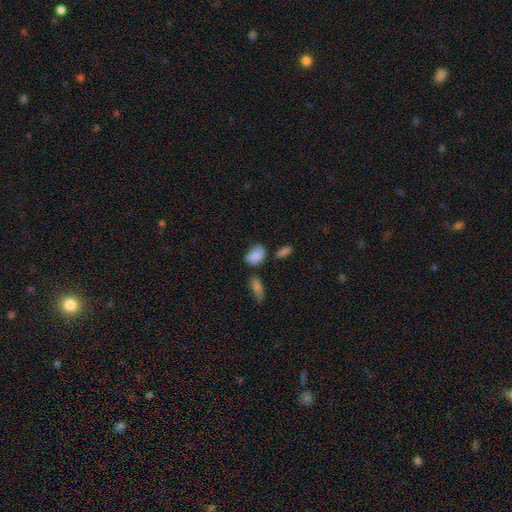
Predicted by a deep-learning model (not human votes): Morphology: type=smooth (80%); roundness=in between (83%); merging=none (43%).